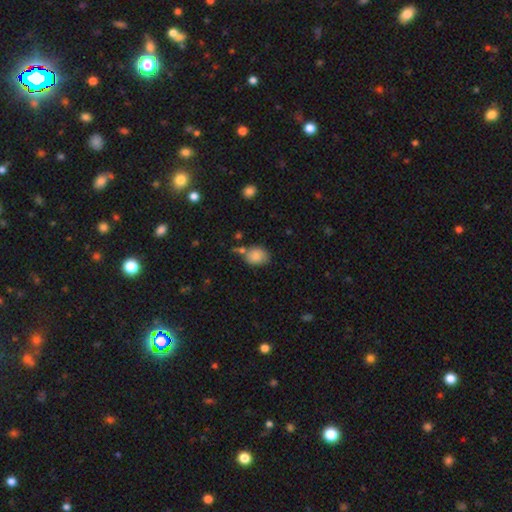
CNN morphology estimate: A smooth galaxy with no disk features (85%) that is in between round and cigar-shaped (56%). Merging: none (65%).